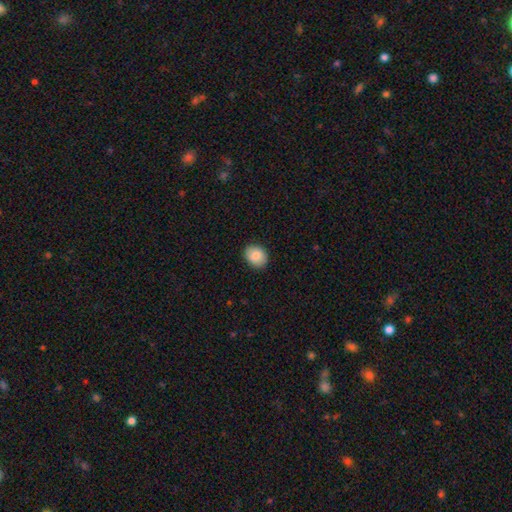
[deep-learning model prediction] Smooth or featured? Predicted: smooth (p=0.86). How rounded? Predicted: in between (p=0.50). Merging? Predicted: none (p=0.89).